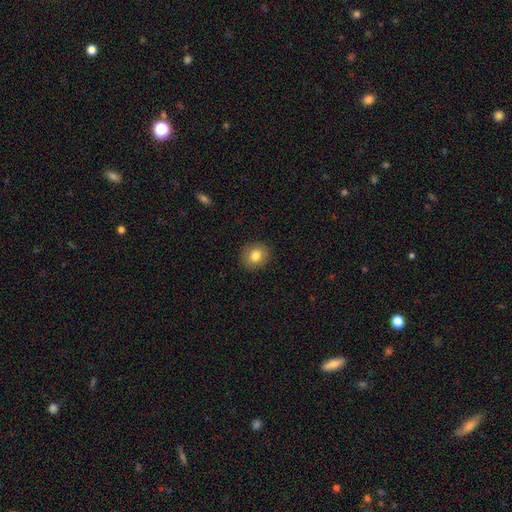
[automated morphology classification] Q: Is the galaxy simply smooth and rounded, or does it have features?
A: smooth — 81%.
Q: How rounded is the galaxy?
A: round — 81%.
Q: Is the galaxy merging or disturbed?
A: none — 90%.